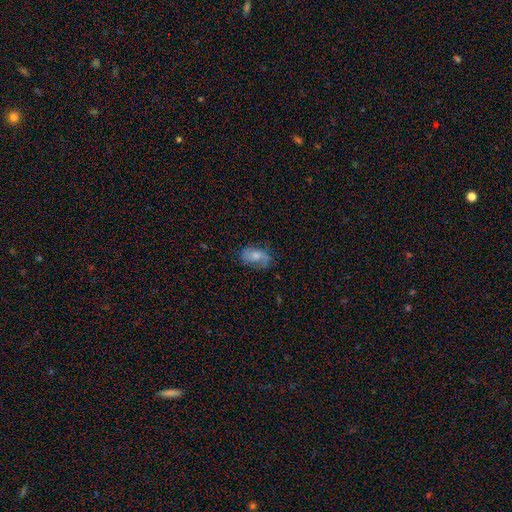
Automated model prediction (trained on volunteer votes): A smooth galaxy with no disk features (49%).

Vote fractions:
- Smooth or featured? smooth: 49% / featured or disk: 42% / star or artifact: 8%
- Merging? none: 59% / minor disturbance: 26% / major disturbance: 13% / merger: 2%